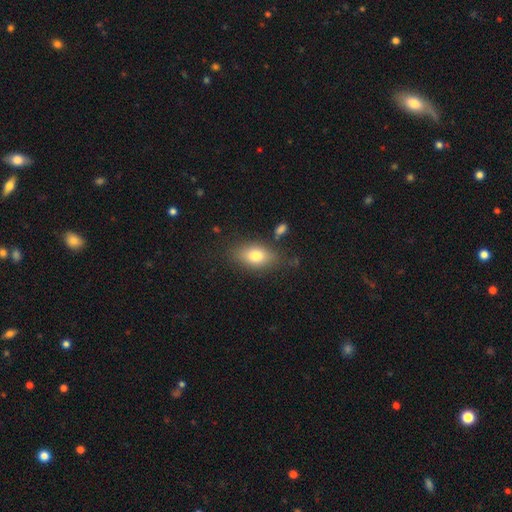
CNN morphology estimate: A smooth galaxy with no disk features (77%) that is in between round and cigar-shaped (84%). Merging: none (76%).